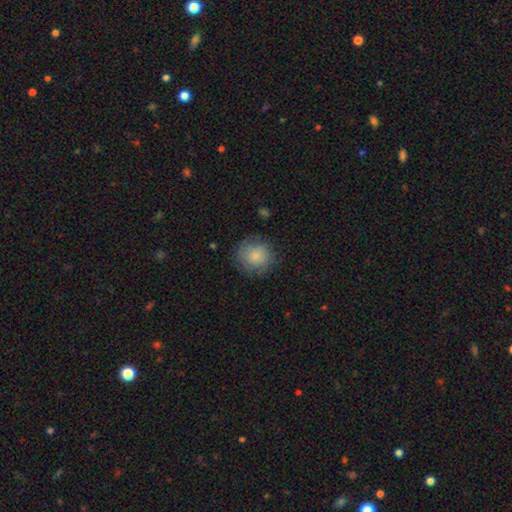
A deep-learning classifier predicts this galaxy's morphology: This appears to be a smooth galaxy with no disk features (78%) that is round (91%). Merging: none (78%).